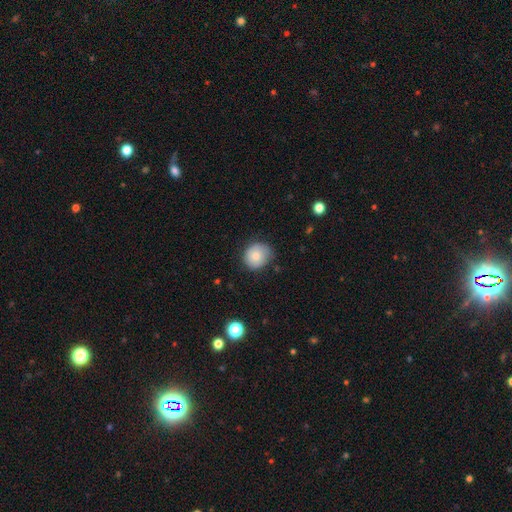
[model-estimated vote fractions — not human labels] This appears to be a smooth galaxy with no disk features (79%) that is round (79%). Merging: none (72%).